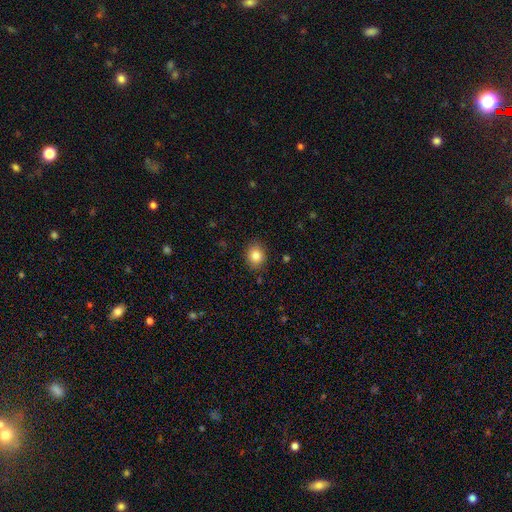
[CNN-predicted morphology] This appears to be a smooth galaxy with no disk features (84%) that is round (61%). Merging: none (87%).